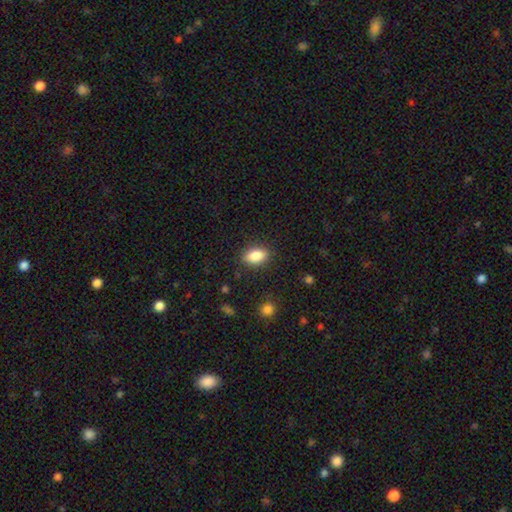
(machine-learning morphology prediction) Smooth or featured: smooth — 85% (star or artifact — 8%)
How rounded: in between — 88% (round — 9%)
Merging: none — 87% (minor disturbance — 9%)